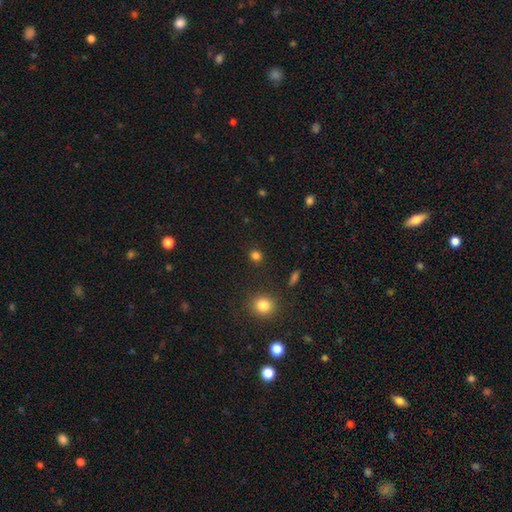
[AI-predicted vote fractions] smooth_or_featured: smooth (p=0.80) [alt: star or artifact p=0.16]
how_rounded: round (p=0.82) [alt: in between p=0.17]
merging: none (p=0.87) [alt: minor disturbance p=0.07]